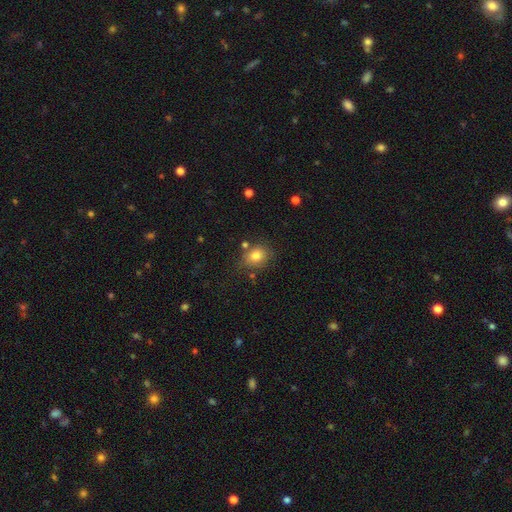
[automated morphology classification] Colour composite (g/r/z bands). It shows a smooth galaxy with no disk features (80%) that is round (60%). Merging: none (74%).